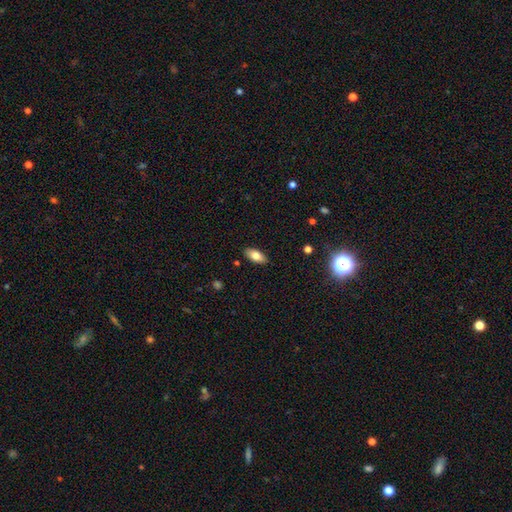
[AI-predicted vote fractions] Smooth or featured: smooth — 77% (featured or disk — 15%)
How rounded: in between — 89% (cigar-shaped — 8%)
Merging: none — 88% (minor disturbance — 9%)